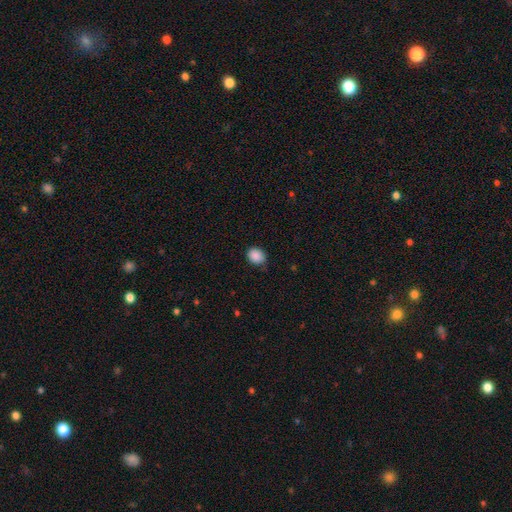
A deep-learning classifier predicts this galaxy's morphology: A smooth galaxy with no disk features (88%) that is round (50%). Merging: none (78%).